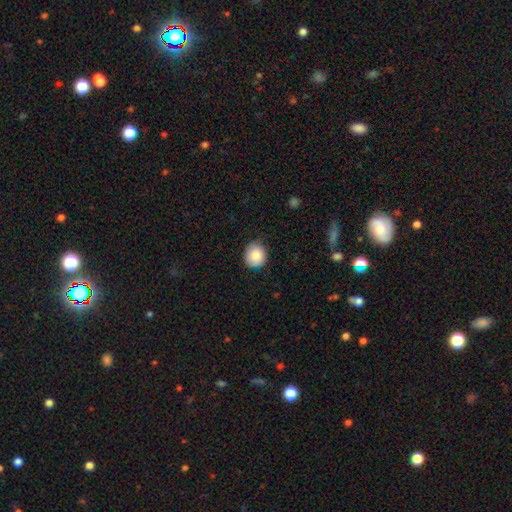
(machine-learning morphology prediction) smooth-or-featured: smooth: 88% | star or artifact: 8% | featured or disk: 4%
  how-rounded: round: 85% | in between: 14% | cigar-shaped: 1%
  merging: none: 82% | minor disturbance: 15% | major disturbance: 2% | merger: 1%